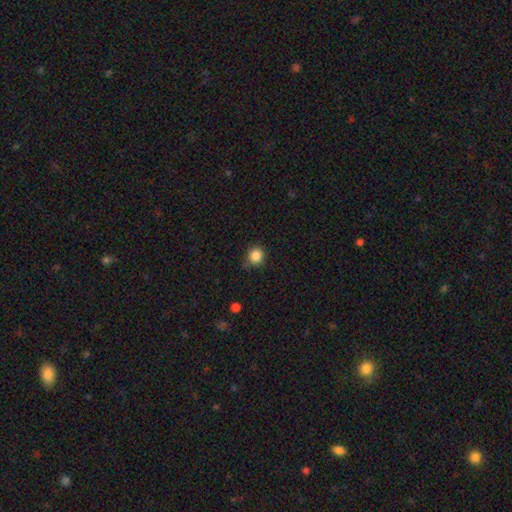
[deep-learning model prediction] A smooth galaxy with no disk features (86%) that is round (91%). Merging: none (79%).